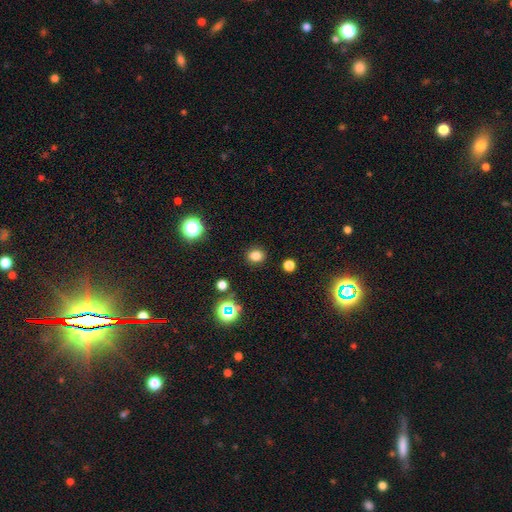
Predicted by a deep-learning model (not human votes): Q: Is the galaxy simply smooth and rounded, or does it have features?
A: smooth — 79%.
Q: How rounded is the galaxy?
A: round — 71%.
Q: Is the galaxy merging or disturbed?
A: none — 89%.